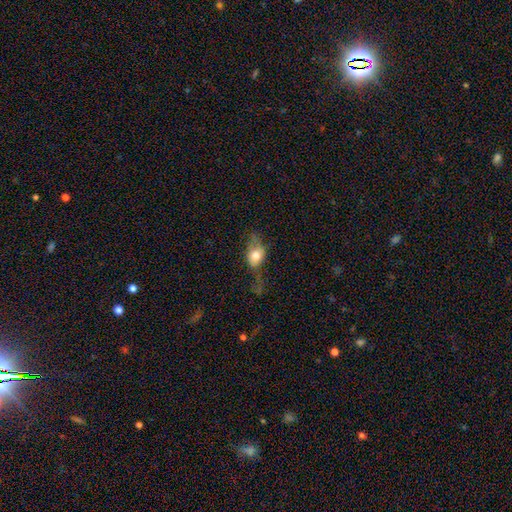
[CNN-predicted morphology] Overall: smooth (66%). How rounded: in between (73%). Merging: major disturbance (35%; none 33%).